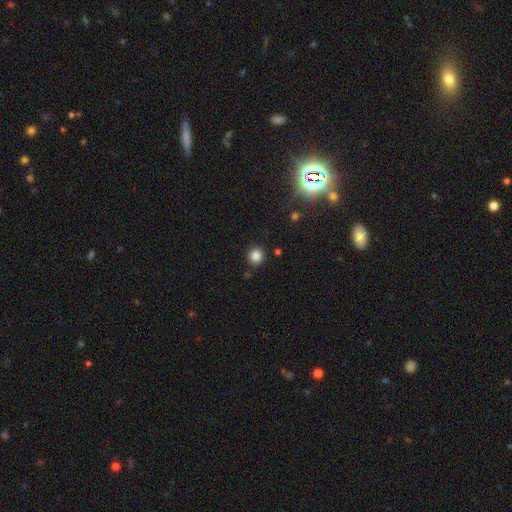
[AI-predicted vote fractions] Smooth or featured?
  - smooth: 84% *
  - star or artifact: 12%
  - featured or disk: 4%
How rounded?
  - round: 93% *
  - in between: 6%
  - cigar-shaped: 1%
Merging?
  - none: 89% *
  - minor disturbance: 6%
  - merger: 3%
  - major disturbance: 2%